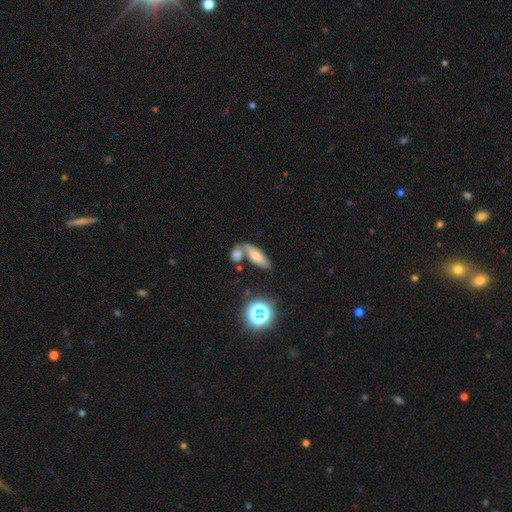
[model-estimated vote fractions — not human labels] A smooth galaxy with no disk features (67%) that is in between round and cigar-shaped (57%). Merging: none (52%).